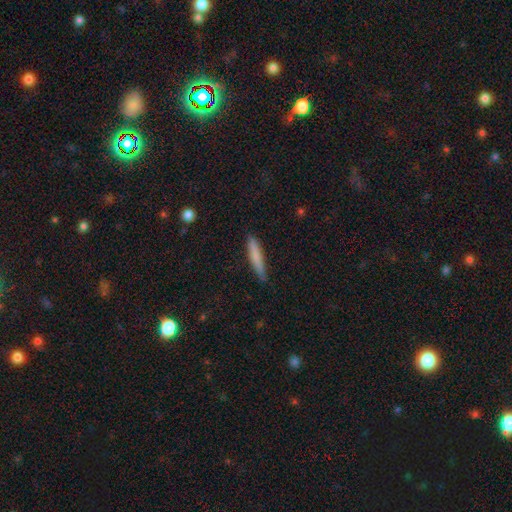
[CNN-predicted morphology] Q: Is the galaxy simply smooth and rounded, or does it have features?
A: smooth — 76%.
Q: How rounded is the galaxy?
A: cigar-shaped — 92%.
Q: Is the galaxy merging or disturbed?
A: none — 80%.